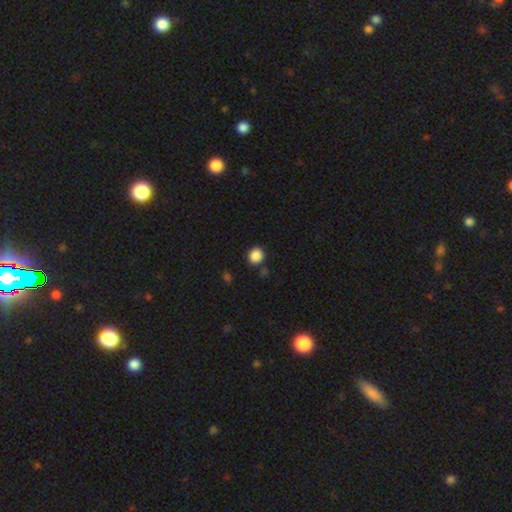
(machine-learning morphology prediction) Q: Smooth or featured?
A: smooth (88%); runner-up: star or artifact (10%)
Q: How rounded?
A: round (76%); runner-up: in between (23%)
Q: Merging?
A: none (85%); runner-up: minor disturbance (9%)